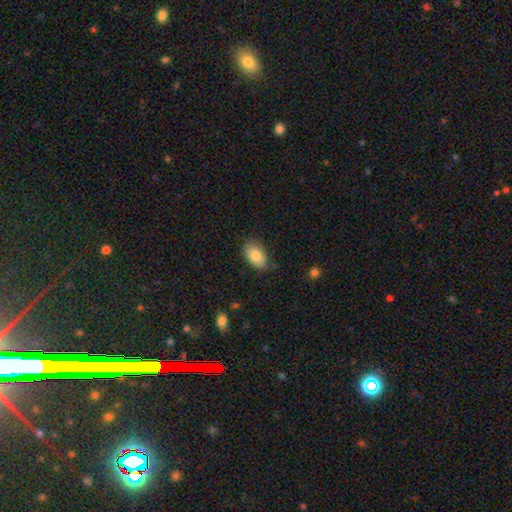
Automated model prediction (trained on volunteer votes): This appears to be a smooth galaxy with no disk features (83%) that is in between round and cigar-shaped (91%). Merging: none (80%).